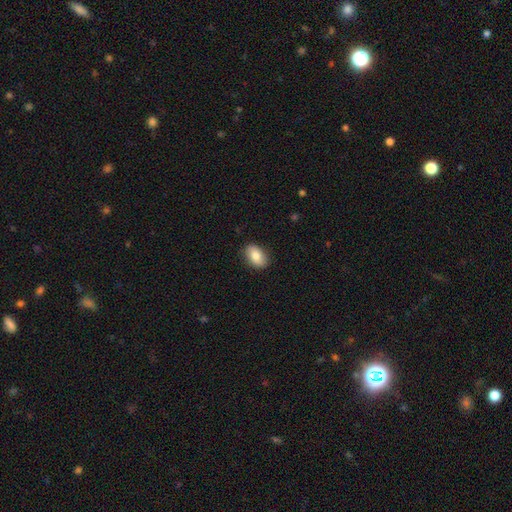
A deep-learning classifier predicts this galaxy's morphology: Smooth or featured? Predicted: smooth (p=0.82). How rounded? Predicted: in between (p=0.87). Merging? Predicted: none (p=0.86).